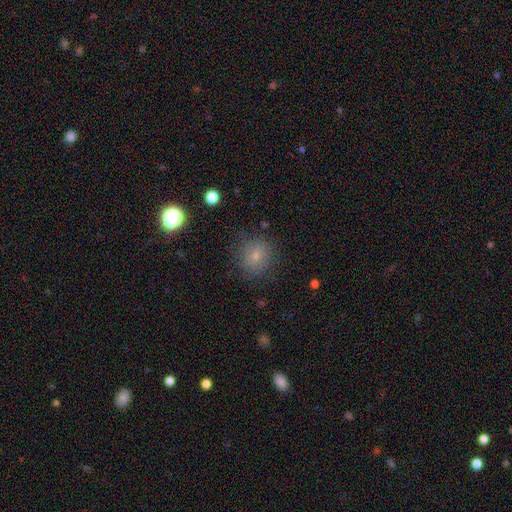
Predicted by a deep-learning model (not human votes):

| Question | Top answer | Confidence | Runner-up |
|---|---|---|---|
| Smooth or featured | smooth | 72% | featured or disk (14%) |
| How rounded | round | 83% | in between (16%) |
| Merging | none | 80% | minor disturbance (13%) |